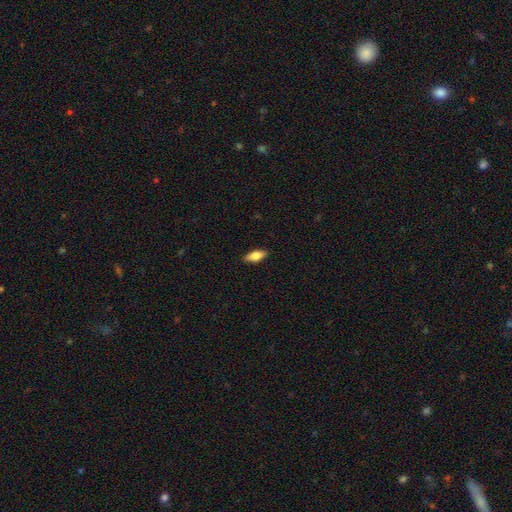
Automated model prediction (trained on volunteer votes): This appears to be a smooth galaxy with no disk features (72%) that is in between round and cigar-shaped (75%). Merging: none (89%).